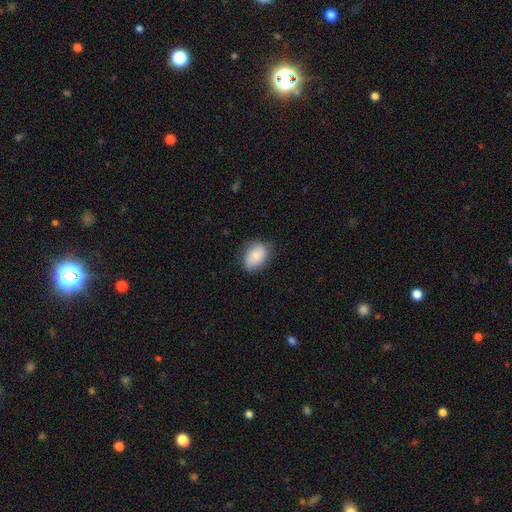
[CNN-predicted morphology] smooth_or_featured: smooth (p=0.80) [alt: featured or disk p=0.13]
how_rounded: in between (p=0.74) [alt: round p=0.25]
merging: none (p=0.74) [alt: minor disturbance p=0.21]